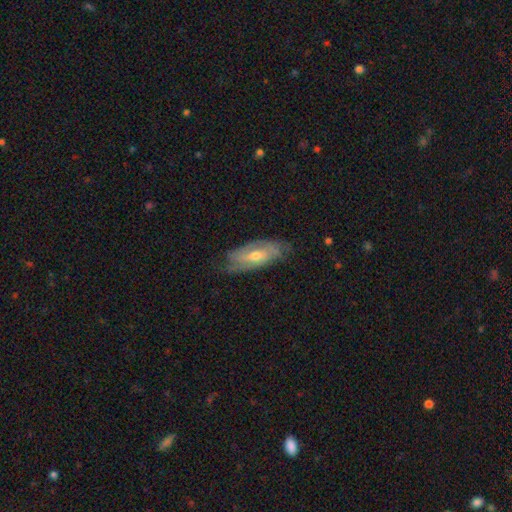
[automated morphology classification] Q: Smooth or featured?
A: featured or disk (66%); runner-up: smooth (28%)
Q: Edge-on disk?
A: no (82%); runner-up: yes (18%)
Q: Bar?
A: no (47%); runner-up: weak (38%)
Q: Spiral arms?
A: yes (83%); runner-up: no (17%)
Q: Bulge size?
A: moderate (59%); runner-up: small (37%)
Q: Merging?
A: none (70%); runner-up: minor disturbance (22%)